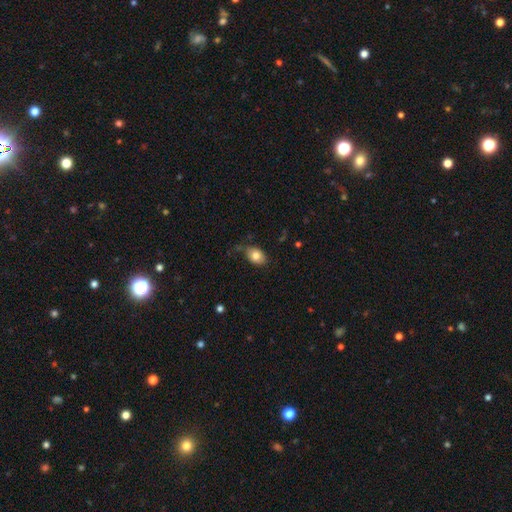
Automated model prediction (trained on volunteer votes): smooth_or_featured: smooth (p=0.81) [alt: featured or disk p=0.11]
how_rounded: in between (p=0.79) [alt: round p=0.20]
merging: none (p=0.67) [alt: minor disturbance p=0.23]